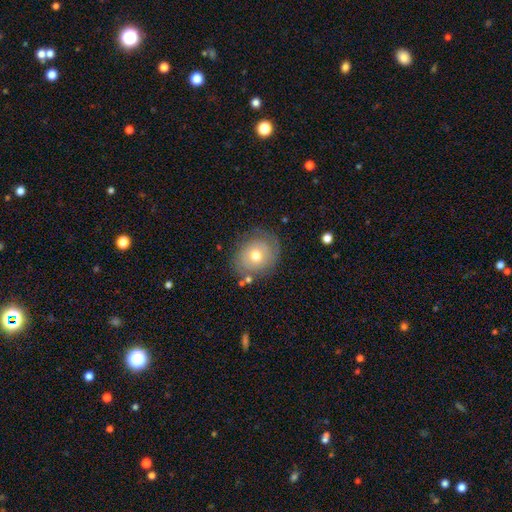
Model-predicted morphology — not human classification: Smooth or featured: smooth — 54% (featured or disk — 37%)
How rounded: round — 68% (in between — 31%)
Merging: none — 72% (minor disturbance — 18%)